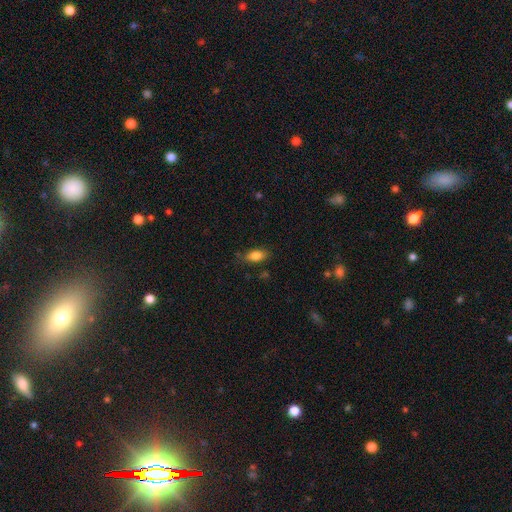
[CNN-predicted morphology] This appears to be a smooth galaxy with no disk features (83%) that is in between round and cigar-shaped (86%). Merging: none (79%).